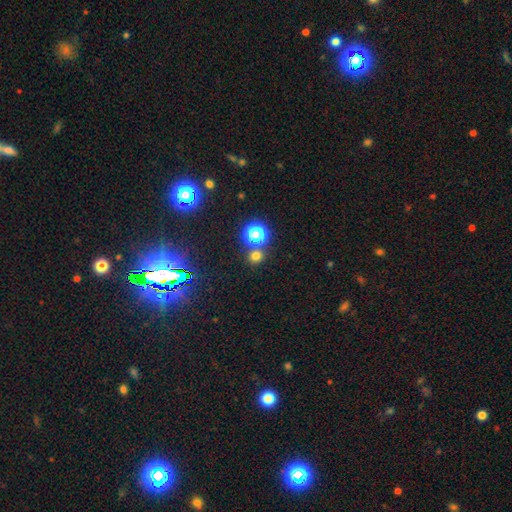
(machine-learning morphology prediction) Smooth or featured?
  - smooth: 69% *
  - star or artifact: 26%
  - featured or disk: 6%
How rounded?
  - round: 85% *
  - in between: 14%
  - cigar-shaped: 1%
Merging?
  - none: 74% *
  - merger: 16%
  - minor disturbance: 7%
  - major disturbance: 3%